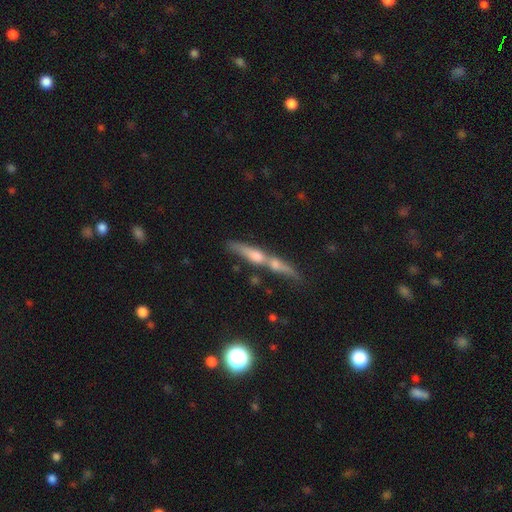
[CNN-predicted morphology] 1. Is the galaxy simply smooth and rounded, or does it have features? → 55% featured or disk, 35% smooth, 9% star or artifact.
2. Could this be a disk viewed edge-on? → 84% yes, 16% no.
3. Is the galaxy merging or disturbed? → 51% merger, 34% none, 10% minor disturbance, 6% major disturbance.